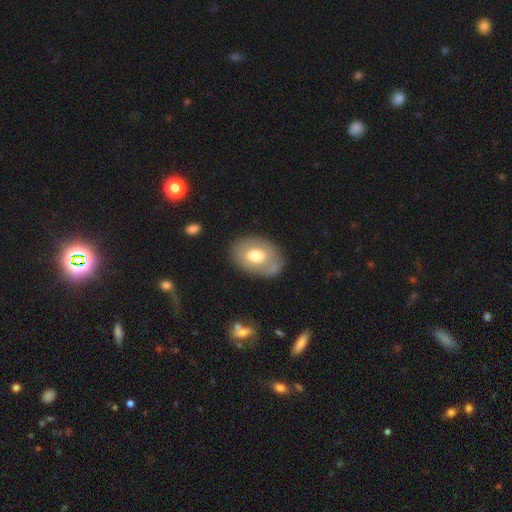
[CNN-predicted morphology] type=smooth (61%); roundness=in between (80%); merging=none (78%).